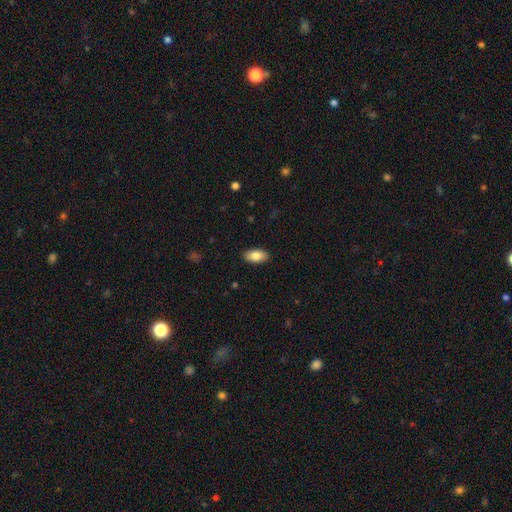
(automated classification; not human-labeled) This is clearly a smooth galaxy (84%). How rounded: clearly in between (93%). Merging: clearly none (90%).